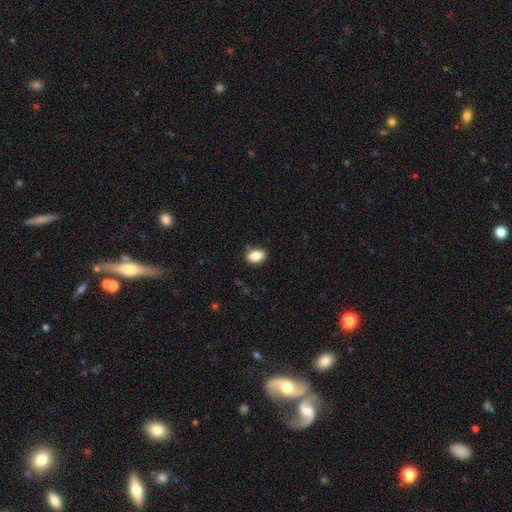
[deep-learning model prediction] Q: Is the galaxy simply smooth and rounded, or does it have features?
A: smooth — 85%.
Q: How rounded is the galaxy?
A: in between — 83%.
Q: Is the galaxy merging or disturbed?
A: none — 85%.